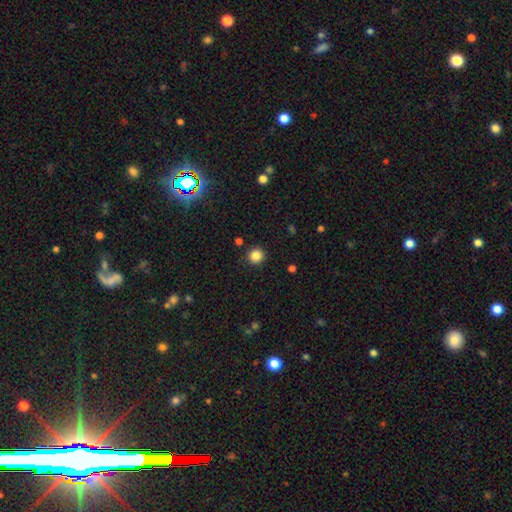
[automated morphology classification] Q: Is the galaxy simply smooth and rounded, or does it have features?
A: smooth — 86%.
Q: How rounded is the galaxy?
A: round — 93%.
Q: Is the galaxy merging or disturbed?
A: none — 90%.